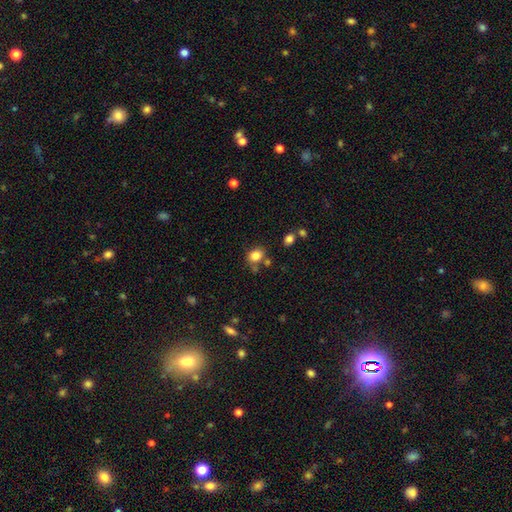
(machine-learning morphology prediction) Overall: smooth (83%). How rounded: round (51%; in between 48%). Merging: none (67%).